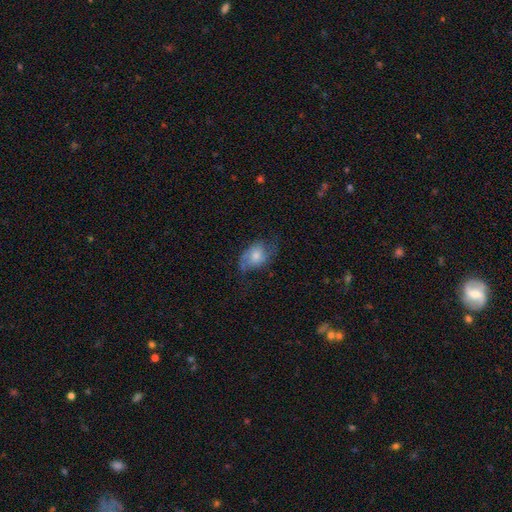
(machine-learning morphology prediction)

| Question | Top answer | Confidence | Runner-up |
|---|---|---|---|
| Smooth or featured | smooth | 56% | featured or disk (36%) |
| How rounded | in between | 79% | round (20%) |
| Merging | none | 48% | minor disturbance (29%) |